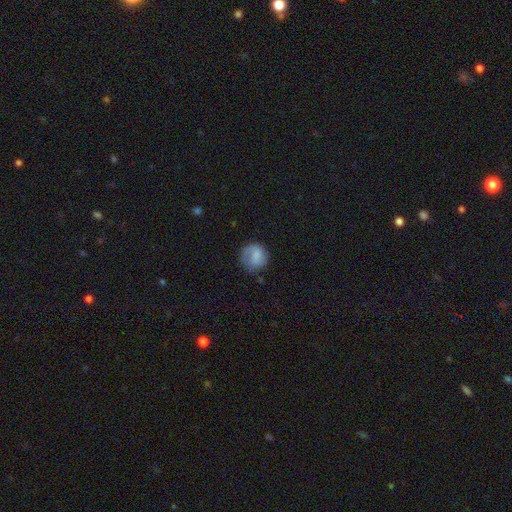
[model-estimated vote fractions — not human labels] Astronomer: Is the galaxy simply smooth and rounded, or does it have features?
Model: smooth — 57% (runner-up: featured or disk, 35%).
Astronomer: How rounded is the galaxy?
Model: round — 85%.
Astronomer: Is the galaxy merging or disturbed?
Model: none — 66%.